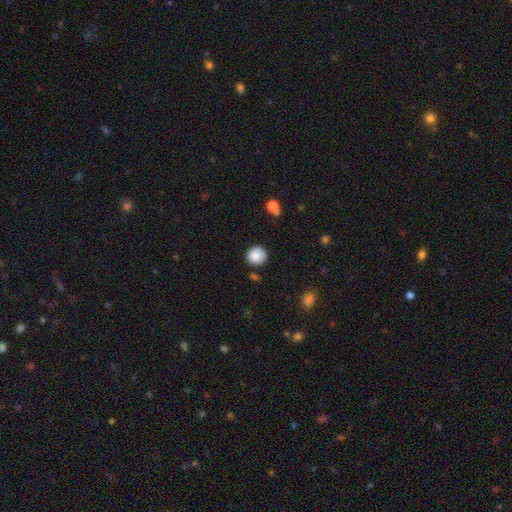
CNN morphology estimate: A smooth galaxy with no disk features (87%) that is round (88%).

Vote fractions:
- Smooth or featured? smooth: 87% / star or artifact: 9% / featured or disk: 4%
- How rounded? round: 88% / in between: 11% / cigar-shaped: 1%
- Merging? none: 83% / minor disturbance: 11% / merger: 3% / major disturbance: 3%